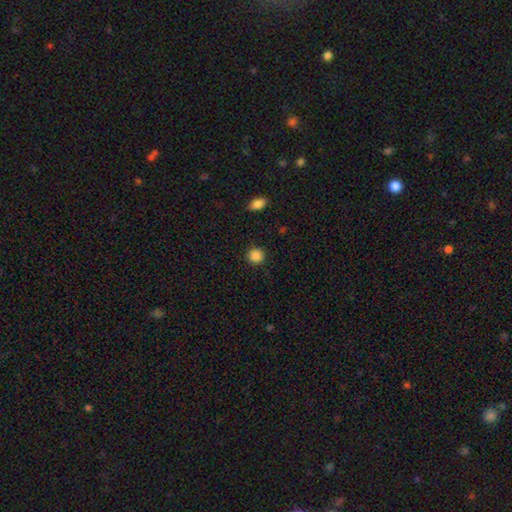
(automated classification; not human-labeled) smooth-or-featured: smooth: 86% | star or artifact: 10% | featured or disk: 4%
  how-rounded: round: 92% | in between: 7% | cigar-shaped: 1%
  merging: none: 91% | minor disturbance: 6% | major disturbance: 2% | merger: 1%